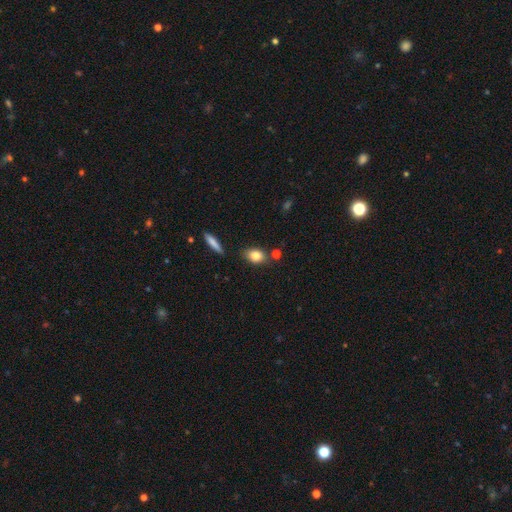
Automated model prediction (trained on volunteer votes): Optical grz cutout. It shows a smooth galaxy with no disk features (81%) that is in between round and cigar-shaped (76%). Merging: none (75%).